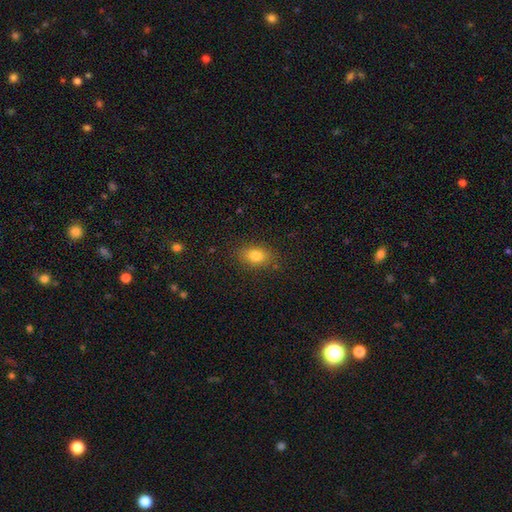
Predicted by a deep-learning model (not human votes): Morphology: type=smooth (81%); roundness=in between (78%); merging=none (84%).